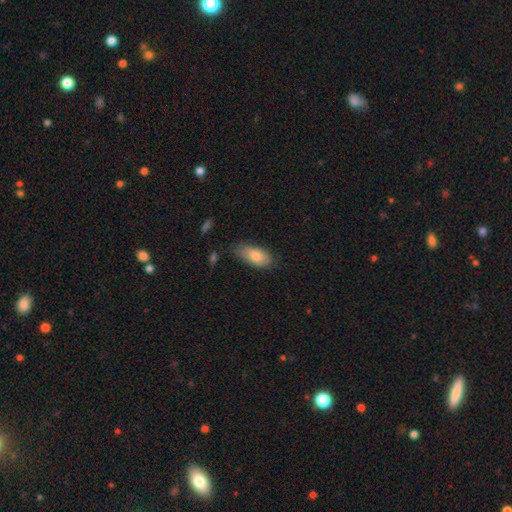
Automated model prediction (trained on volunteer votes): Smooth or featured: smooth — 81% (featured or disk — 12%)
How rounded: in between — 86% (cigar-shaped — 11%)
Merging: none — 72% (minor disturbance — 22%)